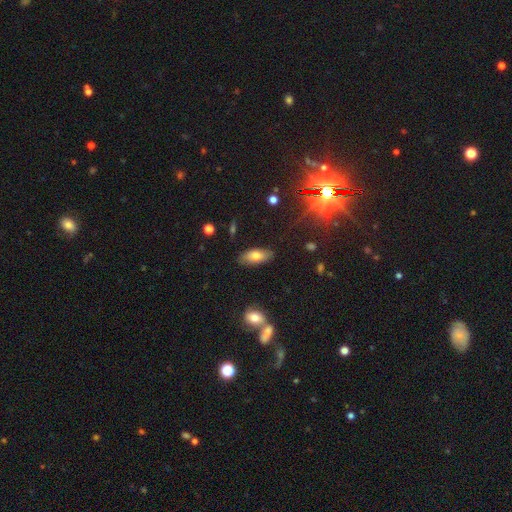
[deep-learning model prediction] A smooth galaxy with no disk features (74%) that is in between round and cigar-shaped (85%).

Vote fractions:
- Smooth or featured? smooth: 74% / featured or disk: 17% / star or artifact: 9%
- How rounded? in between: 85% / cigar-shaped: 12% / round: 3%
- Merging? none: 84% / minor disturbance: 12% / major disturbance: 3% / merger: 2%